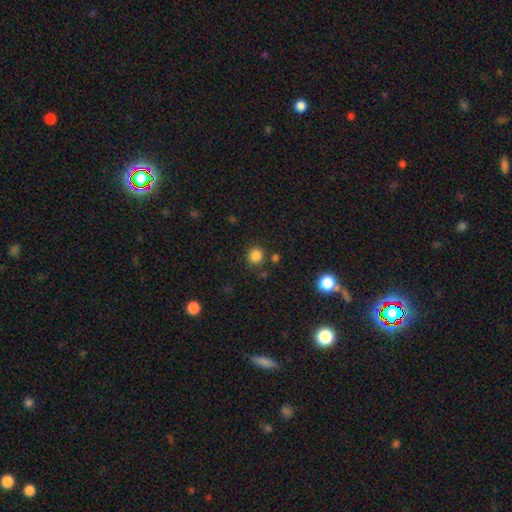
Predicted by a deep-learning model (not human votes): smooth-or-featured: smooth: 84% | star or artifact: 12% | featured or disk: 4%
  how-rounded: round: 91% | in between: 9% | cigar-shaped: 1%
  merging: none: 82% | minor disturbance: 9% | merger: 5% | major disturbance: 3%